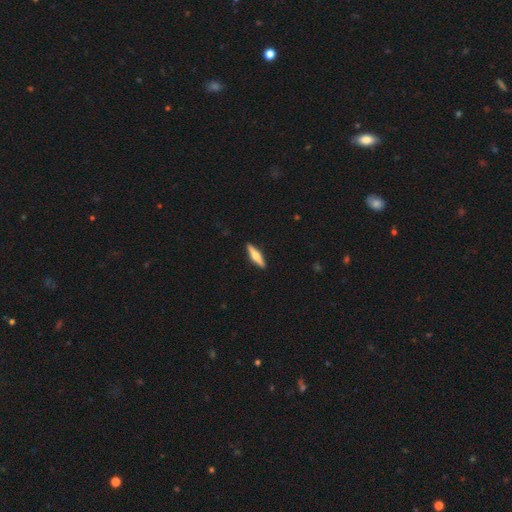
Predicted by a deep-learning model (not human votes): The model was most divided on "smooth or featured": smooth: 50%, featured or disk: 45%, star or artifact: 5%. More confident: merging — none (91%).